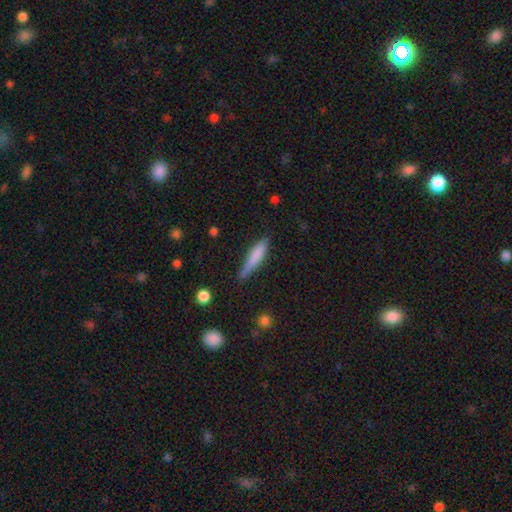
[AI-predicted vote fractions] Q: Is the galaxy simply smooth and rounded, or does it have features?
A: smooth — 71%.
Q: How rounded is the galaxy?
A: cigar-shaped — 86%.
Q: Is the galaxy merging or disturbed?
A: none — 69%.